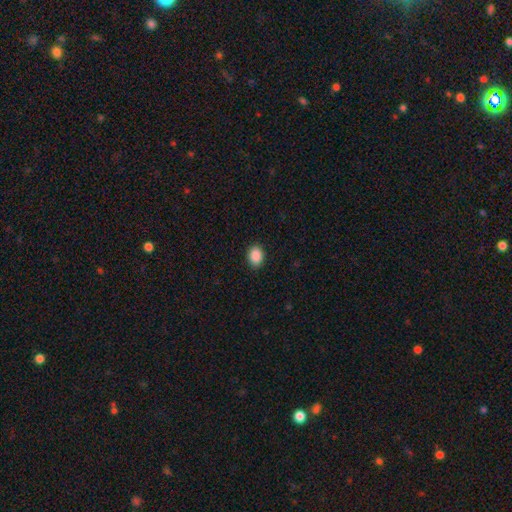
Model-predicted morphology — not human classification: smooth 90%, star or artifact 8%, featured or disk 3%. Down the decision tree: how rounded — in between (65%); merging — none (89%).